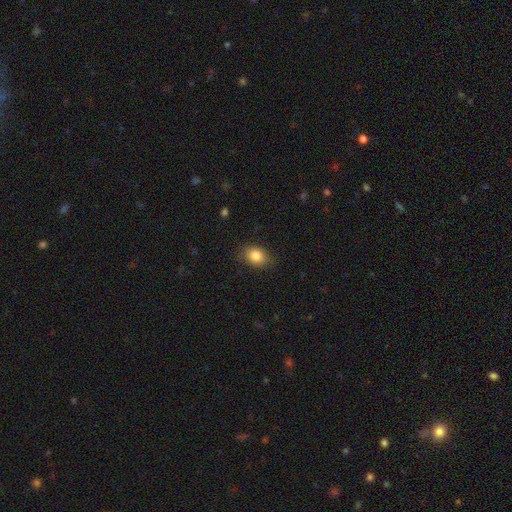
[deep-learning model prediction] A smooth galaxy with no disk features (84%) that is in between round and cigar-shaped (68%). Merging: none (84%).